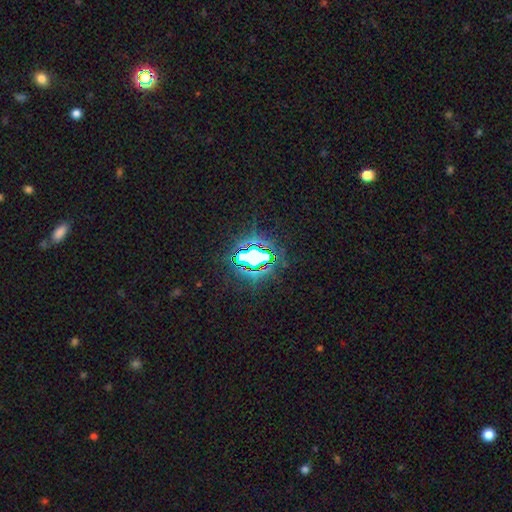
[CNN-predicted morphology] star or artifact 71%, smooth 17%, featured or disk 12%.